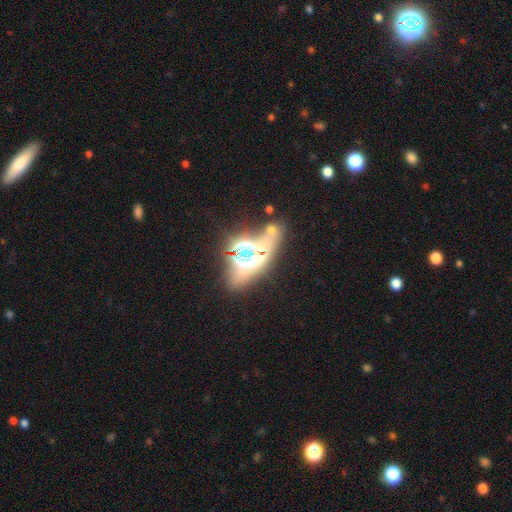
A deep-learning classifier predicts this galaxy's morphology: This is marginally a featured or disk galaxy (44%). Merging: marginally none (38%).